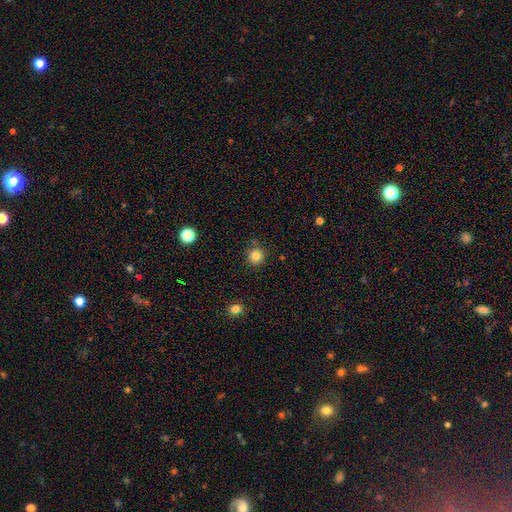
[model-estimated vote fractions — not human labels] smooth-or-featured: smooth: 83% | star or artifact: 12% | featured or disk: 5%
  how-rounded: round: 94% | in between: 5% | cigar-shaped: 1%
  merging: none: 84% | minor disturbance: 9% | merger: 4% | major disturbance: 2%